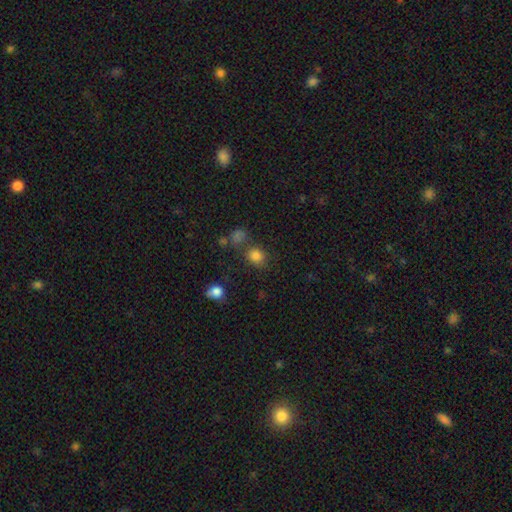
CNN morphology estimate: Smooth or featured?
  - smooth: 81% *
  - star or artifact: 14%
  - featured or disk: 5%
How rounded?
  - round: 72% *
  - in between: 27%
  - cigar-shaped: 1%
Merging?
  - none: 71% *
  - merger: 13%
  - minor disturbance: 11%
  - major disturbance: 5%